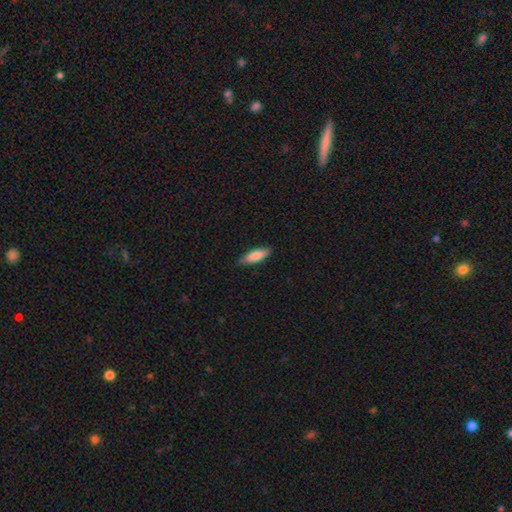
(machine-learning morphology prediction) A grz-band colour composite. It shows a smooth galaxy with no disk features (82%) that is cigar-shaped (51%). Merging: none (83%).